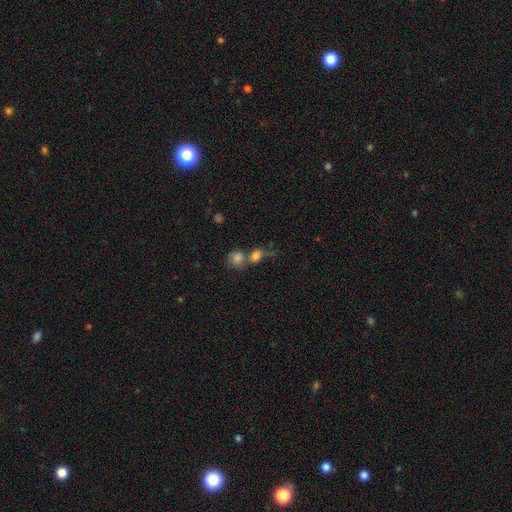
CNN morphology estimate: This appears to be a smooth galaxy with no disk features (75%) that is round (56%). Merging: merger (54%).